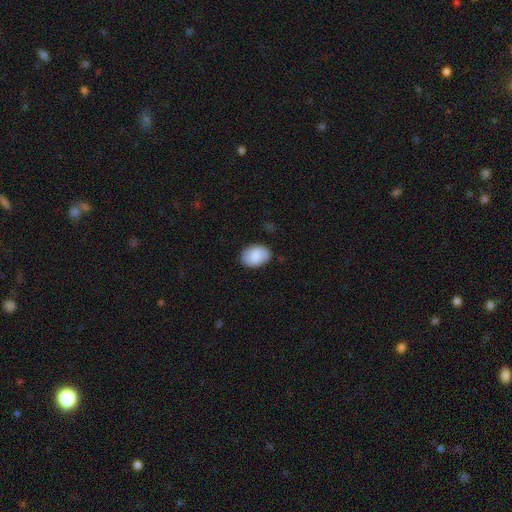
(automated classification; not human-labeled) Smooth or featured? smooth (84%)
How rounded? in between (82%)
Merging? none (83%)